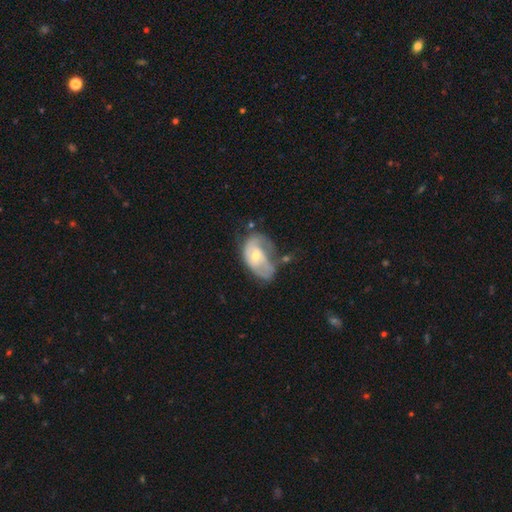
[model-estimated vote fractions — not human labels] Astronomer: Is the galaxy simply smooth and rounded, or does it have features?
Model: featured or disk — 58% (runner-up: smooth, 35%).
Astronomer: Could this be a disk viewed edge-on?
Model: no — 95%.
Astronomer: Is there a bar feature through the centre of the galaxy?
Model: no — 63%.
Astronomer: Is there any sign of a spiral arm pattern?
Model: yes — 56% (runner-up: no, 44%).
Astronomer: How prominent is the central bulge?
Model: moderate — 54% (runner-up: small, 40%).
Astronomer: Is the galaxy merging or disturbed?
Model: major disturbance — 34% (runner-up: minor disturbance, 31%).